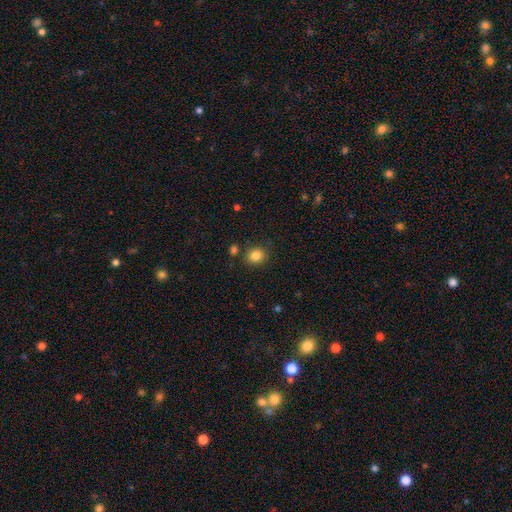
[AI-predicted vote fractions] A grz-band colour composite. It shows a smooth galaxy with no disk features (84%) that is round (74%). Merging: none (83%).